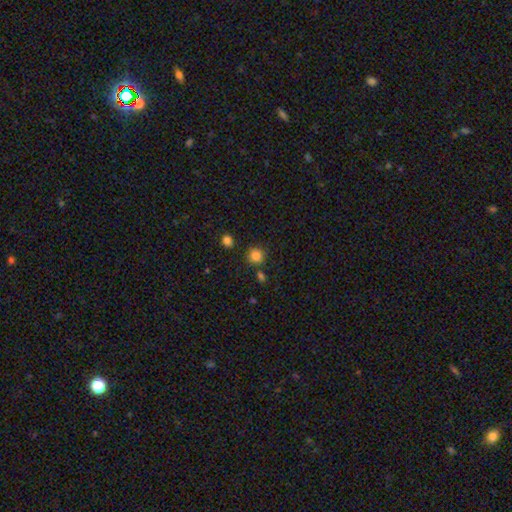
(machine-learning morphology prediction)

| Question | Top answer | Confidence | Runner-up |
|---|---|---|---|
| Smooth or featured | smooth | 84% | star or artifact (12%) |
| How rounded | round | 90% | in between (9%) |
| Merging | none | 82% | minor disturbance (9%) |